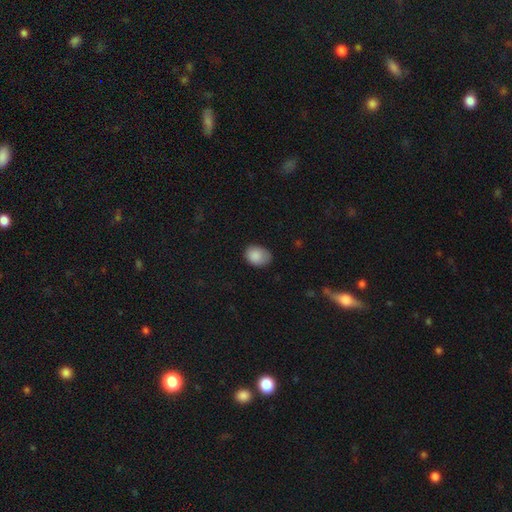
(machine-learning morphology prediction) type=smooth (87%); roundness=in between (68%); merging=none (68%).